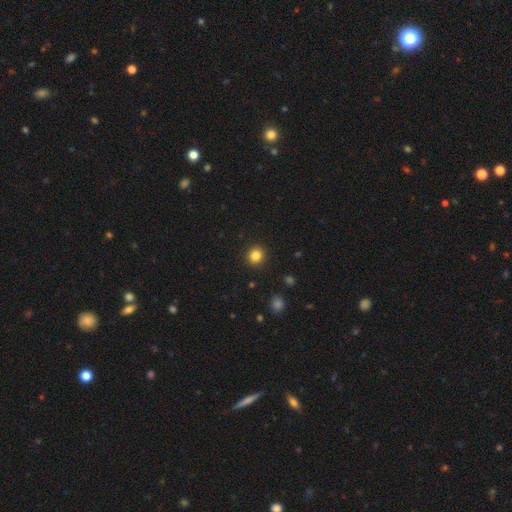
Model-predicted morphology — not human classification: type=smooth (84%); roundness=round (91%); merging=none (92%).